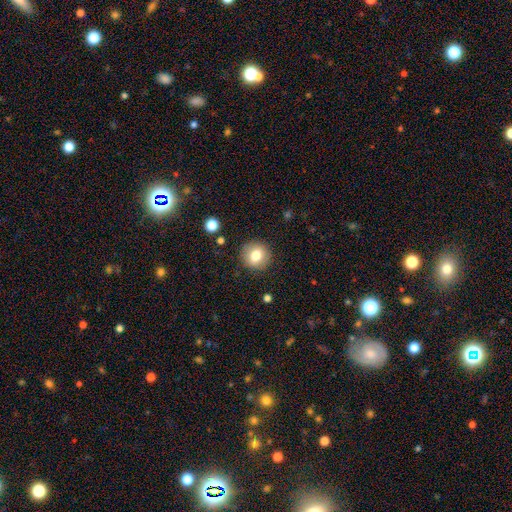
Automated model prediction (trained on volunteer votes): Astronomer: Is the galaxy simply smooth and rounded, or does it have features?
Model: smooth — 78%.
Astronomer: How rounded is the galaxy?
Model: round — 89%.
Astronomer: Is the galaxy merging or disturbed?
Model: none — 89%.